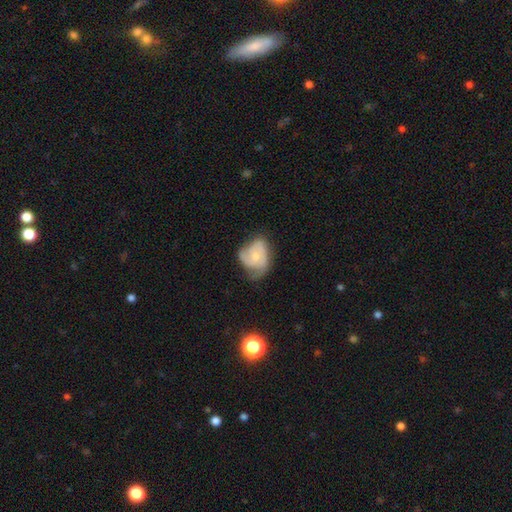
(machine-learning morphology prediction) Q: Smooth or featured?
A: featured or disk (63%); runner-up: smooth (31%)
Q: Edge-on disk?
A: no (98%); runner-up: yes (2%)
Q: Bar?
A: no (74%); runner-up: weak (22%)
Q: Spiral arms?
A: yes (85%); runner-up: no (15%)
Q: Spiral winding?
A: medium (43%); runner-up: tight (38%)
Q: Spiral arm count?
A: 2 (44%); runner-up: 3 (24%)
Q: Bulge size?
A: small (52%); runner-up: moderate (40%)
Q: Merging?
A: none (42%); runner-up: minor disturbance (35%)